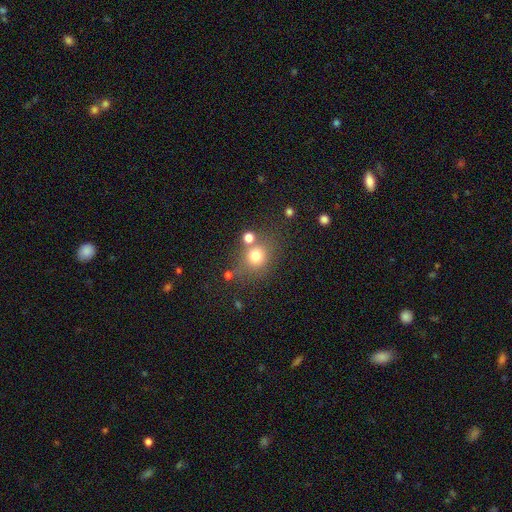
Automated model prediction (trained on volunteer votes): The model was most divided on "merging": none: 64%, merger: 17%, minor disturbance: 13%, major disturbance: 6%. More confident: how rounded — round (78%); smooth or featured — smooth (75%).